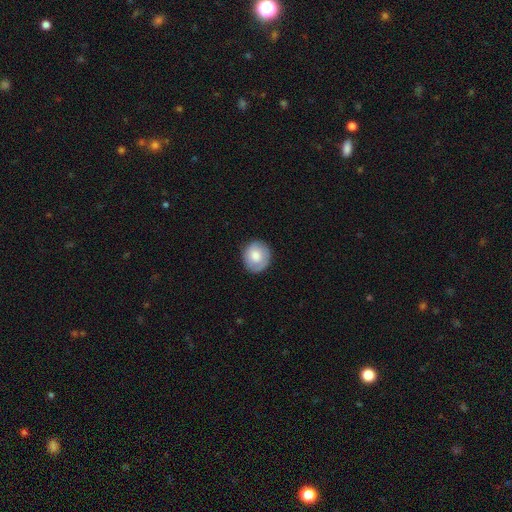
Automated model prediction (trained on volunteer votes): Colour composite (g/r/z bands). It shows a smooth galaxy with no disk features (75%) that is round (81%). Merging: none (82%).